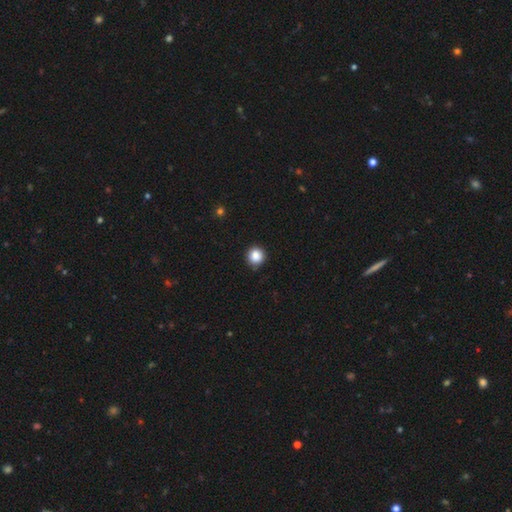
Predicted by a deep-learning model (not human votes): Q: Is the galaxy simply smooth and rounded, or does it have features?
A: smooth — 86%.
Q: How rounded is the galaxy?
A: round — 93%.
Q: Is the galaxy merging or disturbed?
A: none — 87%.